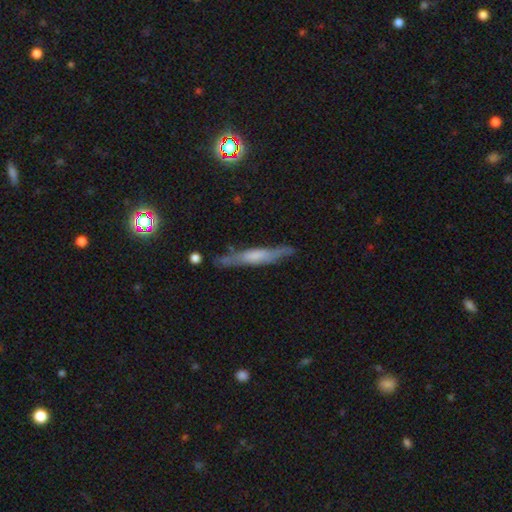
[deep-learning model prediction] A featured or disk galaxy (56%) viewed edge-on (87%). Merging: none (75%).